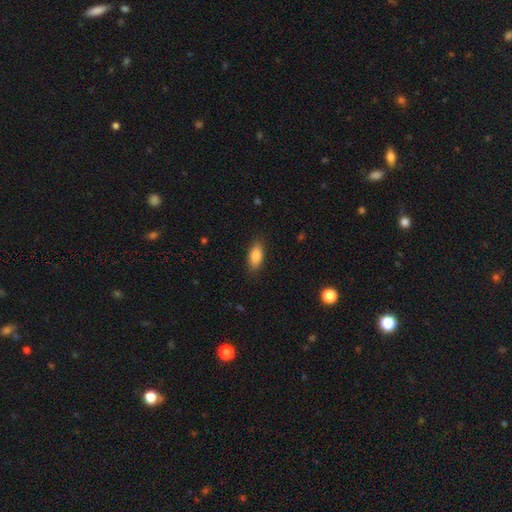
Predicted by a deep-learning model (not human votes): smooth-or-featured: smooth: 85% | featured or disk: 8% | star or artifact: 7%
  how-rounded: in between: 87% | cigar-shaped: 10% | round: 3%
  merging: none: 85% | minor disturbance: 12% | major disturbance: 3% | merger: 1%